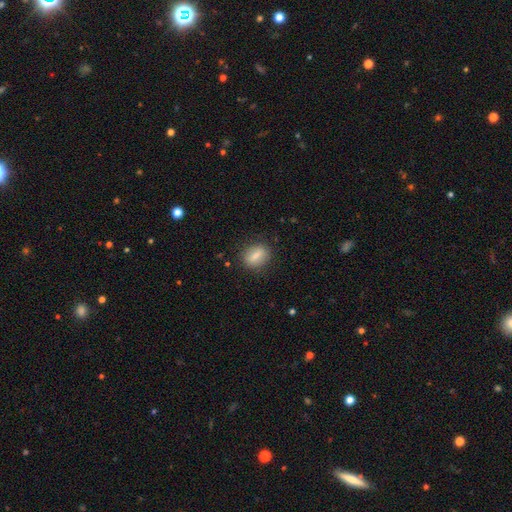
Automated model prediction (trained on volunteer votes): A smooth galaxy with no disk features (74%) that is in between round and cigar-shaped (63%). Merging: none (84%).